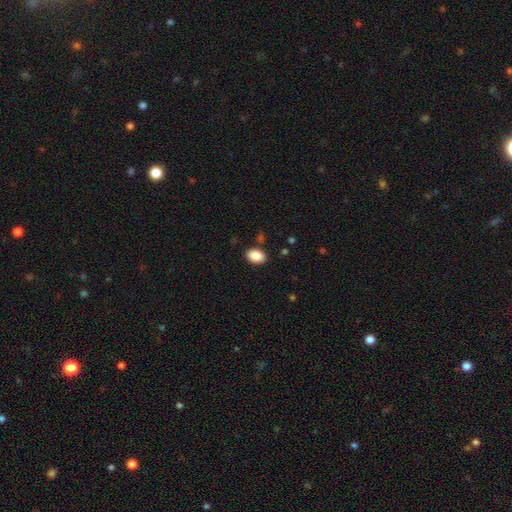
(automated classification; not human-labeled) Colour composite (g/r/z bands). It shows a smooth galaxy with no disk features (89%) that is in between round and cigar-shaped (88%). Merging: none (87%).